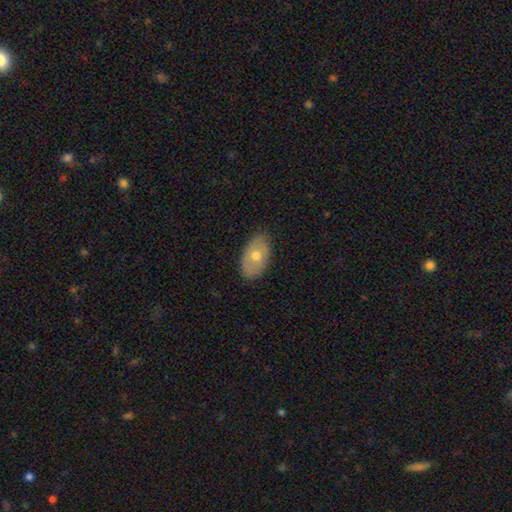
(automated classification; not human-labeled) Q: Smooth or featured?
A: smooth (59%); runner-up: featured or disk (34%)
Q: How rounded?
A: in between (90%); runner-up: round (9%)
Q: Merging?
A: none (79%); runner-up: minor disturbance (17%)